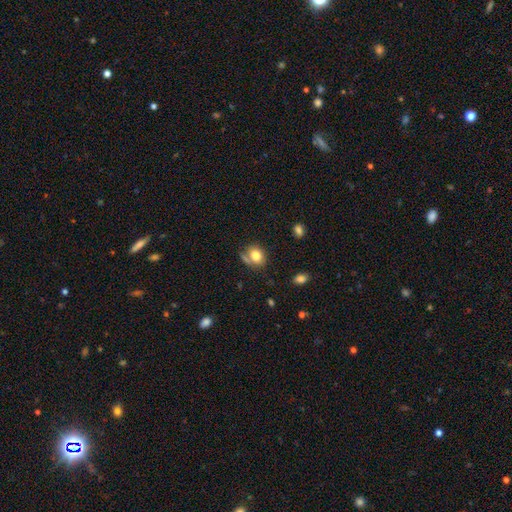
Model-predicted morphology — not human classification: A smooth galaxy with no disk features (79%) that is round (53%). Merging: none (58%).